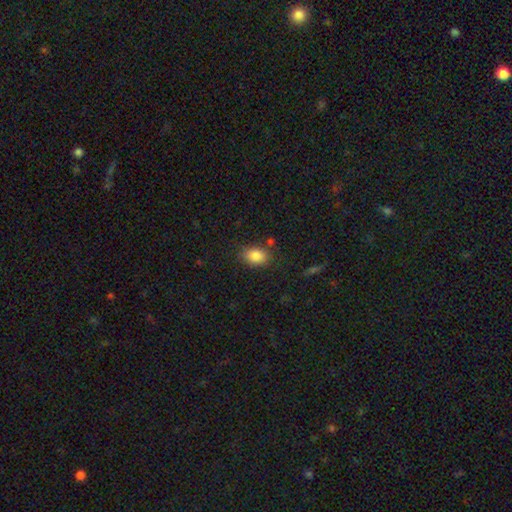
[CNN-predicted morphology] Smooth or featured: smooth — 85% (star or artifact — 9%)
How rounded: in between — 80% (round — 18%)
Merging: none — 78% (minor disturbance — 14%)